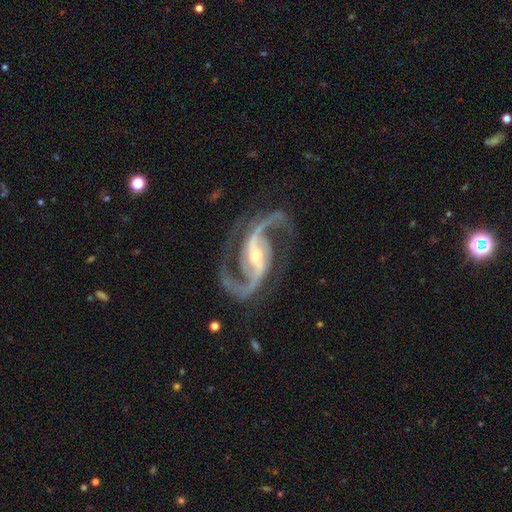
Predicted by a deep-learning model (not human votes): Smooth or featured: featured or disk — 94% (star or artifact — 5%)
Edge-on disk: no — 97% (yes — 3%)
Bar: strong — 46% (weak — 35%)
Spiral arms: yes — 99% (no — 1%)
Spiral winding: medium — 58% (loose — 31%)
Spiral arm count: 2 — 93% (3 — 2%)
Bulge size: small — 54% (moderate — 42%)
Merging: none — 78% (minor disturbance — 13%)